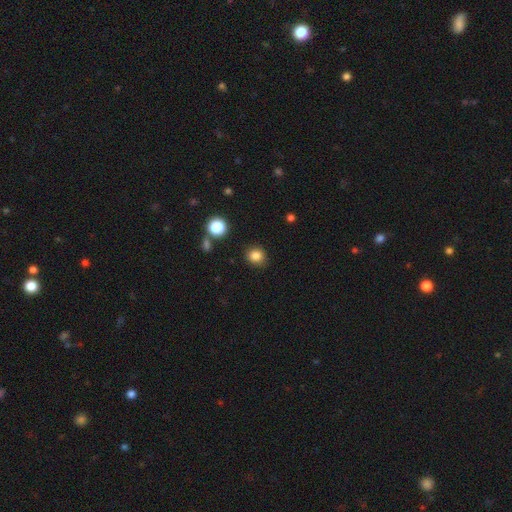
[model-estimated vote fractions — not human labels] Smooth or featured? Predicted: smooth (p=0.84). How rounded? Predicted: round (p=0.80). Merging? Predicted: none (p=0.86).